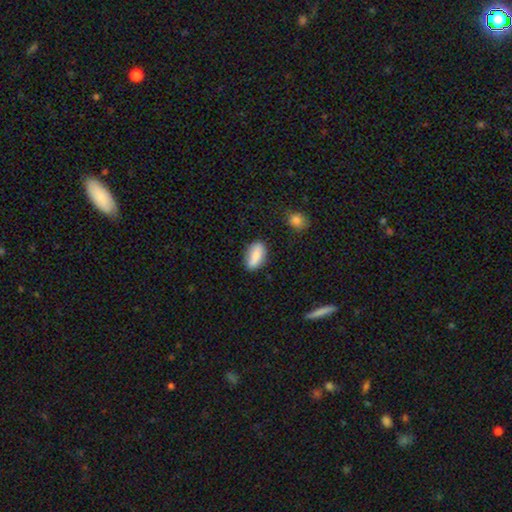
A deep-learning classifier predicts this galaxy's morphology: This appears to be a smooth galaxy with no disk features (83%) that is in between round and cigar-shaped (86%). Merging: none (76%).